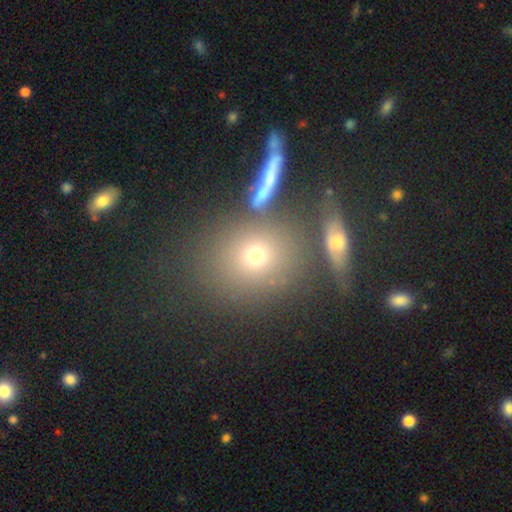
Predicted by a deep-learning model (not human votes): smooth-or-featured: smooth: 64% | star or artifact: 18% | featured or disk: 18%
  how-rounded: round: 70% | in between: 27% | cigar-shaped: 3%
  merging: none: 70% | merger: 13% | minor disturbance: 12% | major disturbance: 6%